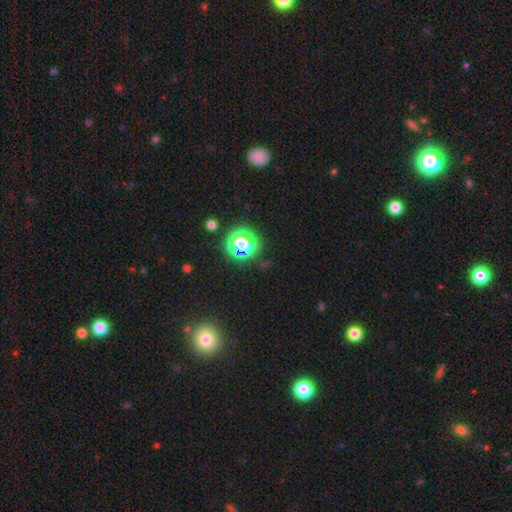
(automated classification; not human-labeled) Q: Smooth or featured?
A: star or artifact (69%); runner-up: smooth (23%)